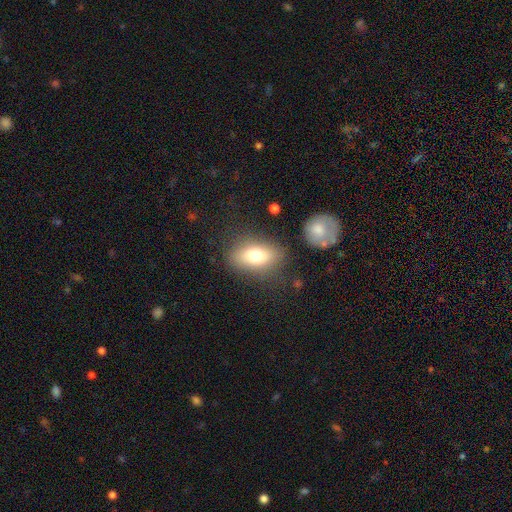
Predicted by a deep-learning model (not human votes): This appears to be a smooth galaxy with no disk features (73%) that is in between round and cigar-shaped (82%). Merging: none (78%).